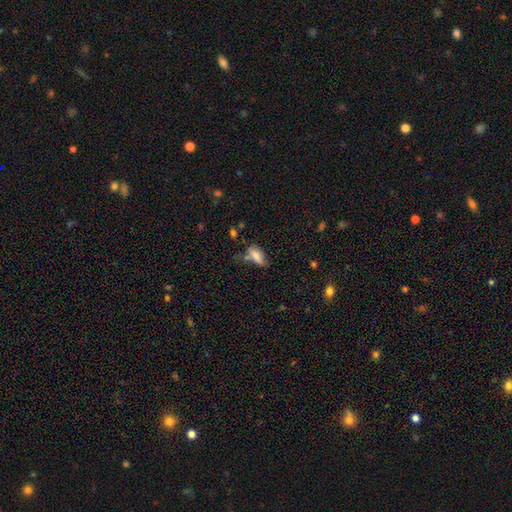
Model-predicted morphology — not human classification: smooth_or_featured: smooth (p=0.76) [alt: featured or disk p=0.14]
how_rounded: in between (p=0.81) [alt: cigar-shaped p=0.16]
merging: none (p=0.40) [alt: minor disturbance p=0.30]